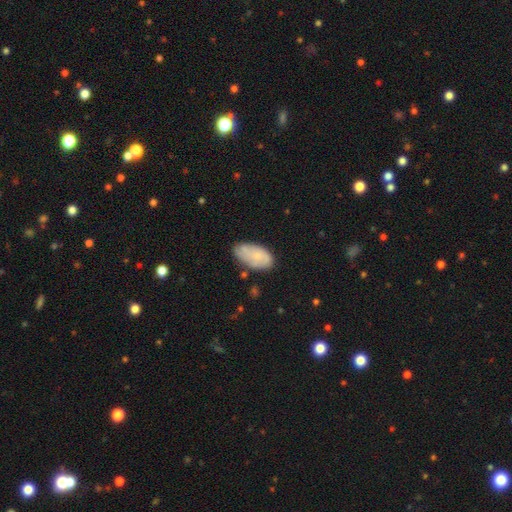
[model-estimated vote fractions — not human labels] A smooth galaxy with no disk features (63%) that is in between round and cigar-shaped (94%). Merging: none (64%).